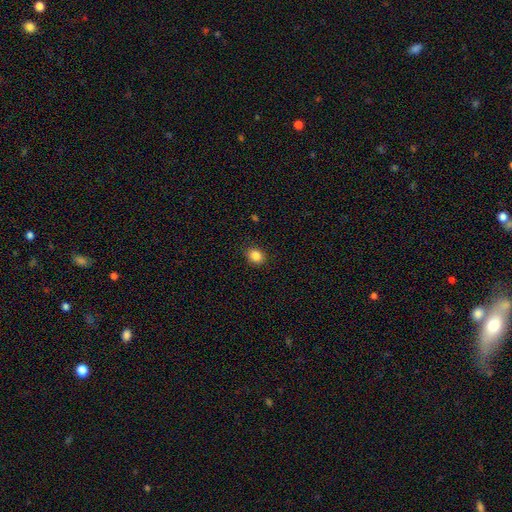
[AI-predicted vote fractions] This appears to be a smooth galaxy with no disk features (85%) that is round (66%). Merging: none (88%).